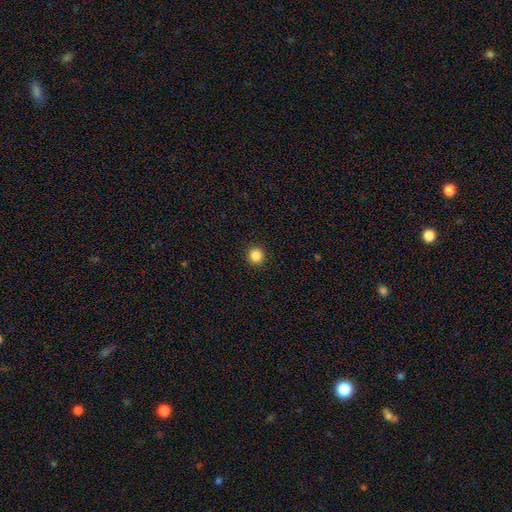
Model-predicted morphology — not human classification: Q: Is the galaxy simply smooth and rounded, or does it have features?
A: smooth — 86%.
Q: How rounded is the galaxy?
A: round — 93%.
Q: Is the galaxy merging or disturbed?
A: none — 93%.